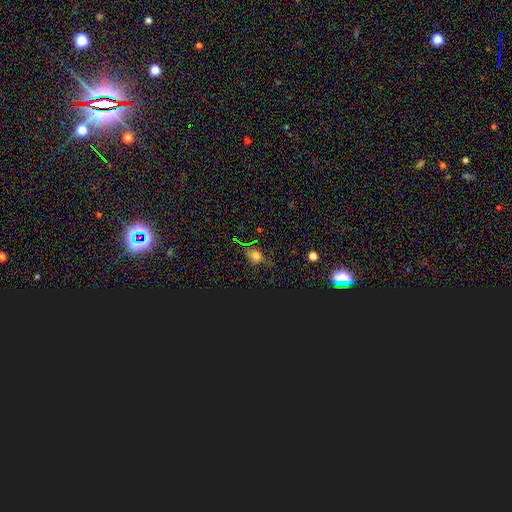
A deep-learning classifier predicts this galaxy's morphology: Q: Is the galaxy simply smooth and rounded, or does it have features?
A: smooth — 45%.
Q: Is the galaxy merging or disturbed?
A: none — 72%.